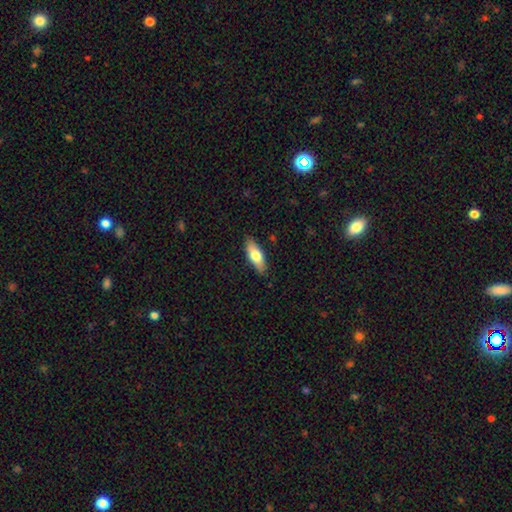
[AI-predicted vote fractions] The model was most divided on "how rounded": in between: 69%, cigar-shaped: 28%, round: 2%. More confident: merging — none (86%); smooth or featured — smooth (70%).